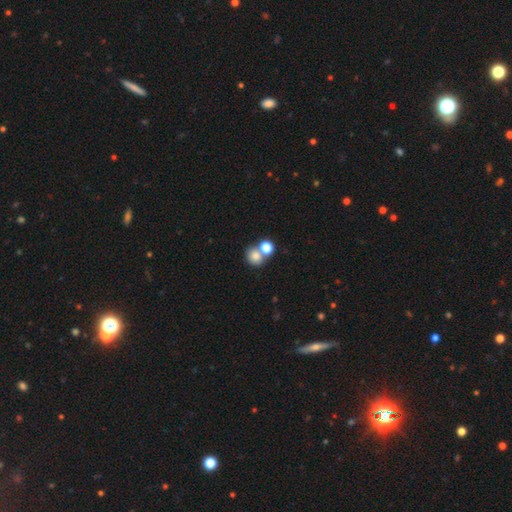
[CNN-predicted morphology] This appears to be a smooth galaxy with no disk features (77%) that is round (73%). Merging: merger (44%, tied with none).